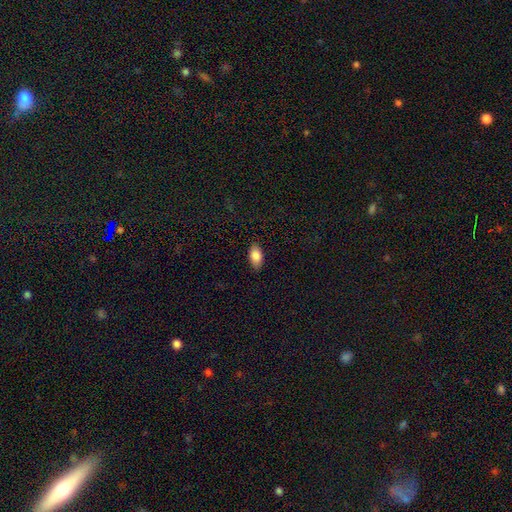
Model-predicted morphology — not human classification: Smooth or featured? Predicted: smooth (p=0.86). How rounded? Predicted: in between (p=0.92). Merging? Predicted: none (p=0.87).